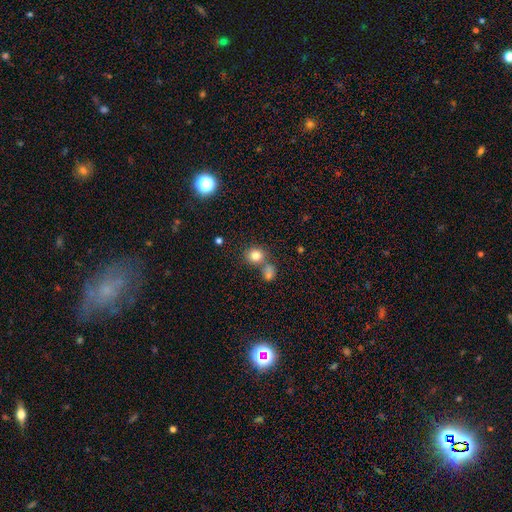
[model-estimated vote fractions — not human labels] A smooth galaxy with no disk features (80%) that is round (78%).

Vote fractions:
- Smooth or featured? smooth: 80% / star or artifact: 12% / featured or disk: 7%
- How rounded? round: 78% / in between: 21% / cigar-shaped: 1%
- Merging? none: 61% / merger: 25% / minor disturbance: 10% / major disturbance: 4%